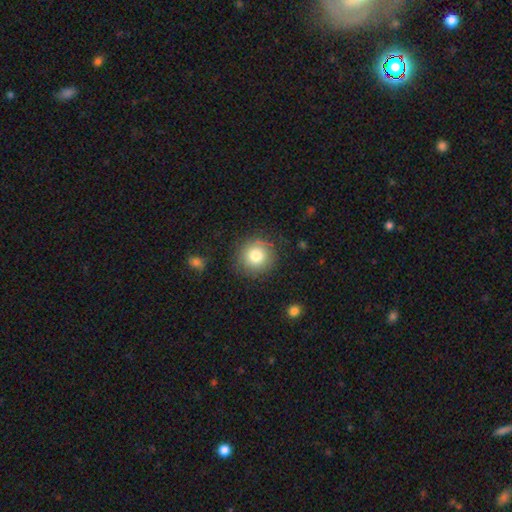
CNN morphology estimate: Smooth or featured?
  - smooth: 79% *
  - featured or disk: 11%
  - star or artifact: 10%
How rounded?
  - round: 93% *
  - in between: 6%
  - cigar-shaped: 1%
Merging?
  - none: 83% *
  - minor disturbance: 11%
  - major disturbance: 4%
  - merger: 2%